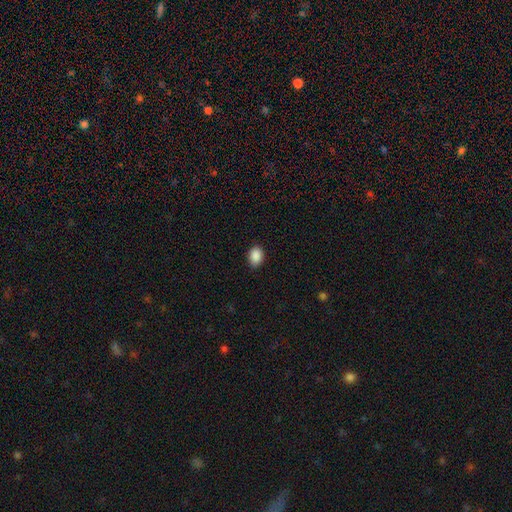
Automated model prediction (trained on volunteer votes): Q: Smooth or featured?
A: smooth (90%); runner-up: star or artifact (8%)
Q: How rounded?
A: in between (76%); runner-up: round (23%)
Q: Merging?
A: none (86%); runner-up: minor disturbance (11%)